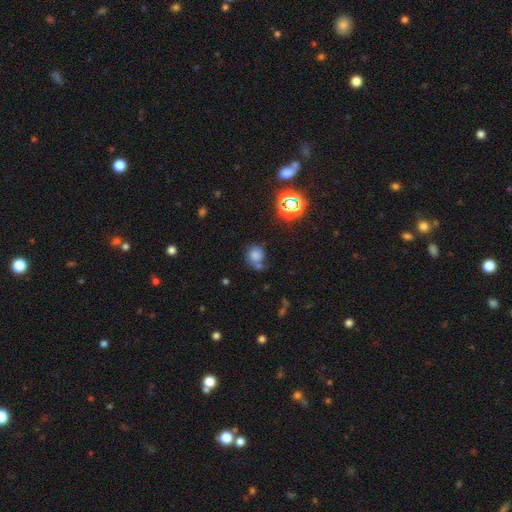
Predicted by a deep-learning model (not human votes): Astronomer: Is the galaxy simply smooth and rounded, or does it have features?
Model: smooth — 72%.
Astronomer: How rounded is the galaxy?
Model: round — 84%.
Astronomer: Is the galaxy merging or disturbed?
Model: none — 53%.